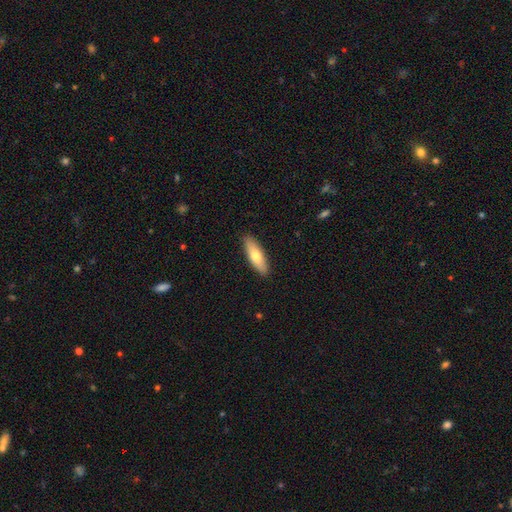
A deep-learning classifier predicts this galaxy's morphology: smooth-or-featured: smooth: 70% | featured or disk: 24% | star or artifact: 5%
  how-rounded: cigar-shaped: 51% | in between: 47% | round: 2%
  merging: none: 90% | minor disturbance: 8% | major disturbance: 2% | merger: 1%